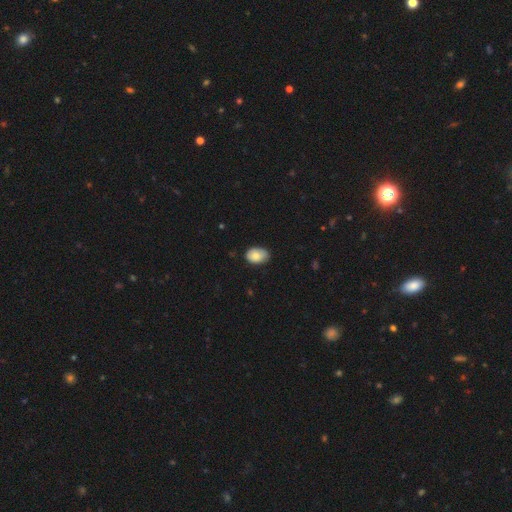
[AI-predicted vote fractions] Smooth or featured? Predicted: smooth (p=0.82). How rounded? Predicted: in between (p=0.84). Merging? Predicted: none (p=0.69).